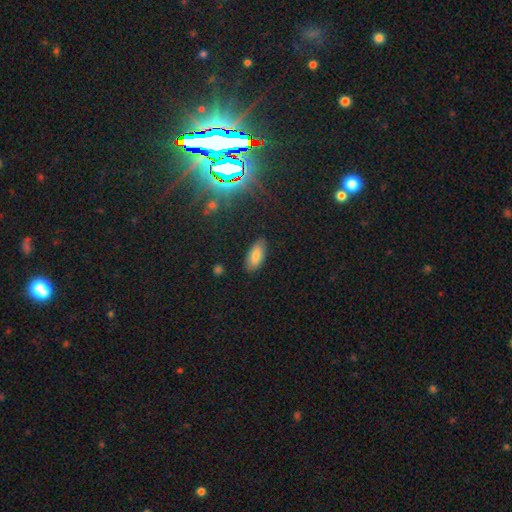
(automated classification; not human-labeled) A smooth galaxy with no disk features (75%) that is in between round and cigar-shaped (90%).

Vote fractions:
- Smooth or featured? smooth: 75% / star or artifact: 14% / featured or disk: 11%
- How rounded? in between: 90% / cigar-shaped: 8% / round: 3%
- Merging? none: 85% / minor disturbance: 11% / major disturbance: 2% / merger: 1%